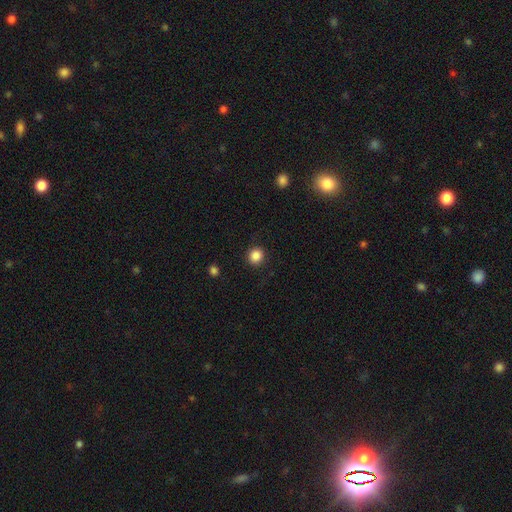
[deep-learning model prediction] smooth-or-featured: smooth: 86% | star or artifact: 10% | featured or disk: 4%
  how-rounded: round: 89% | in between: 10% | cigar-shaped: 1%
  merging: none: 91% | minor disturbance: 6% | major disturbance: 2% | merger: 1%